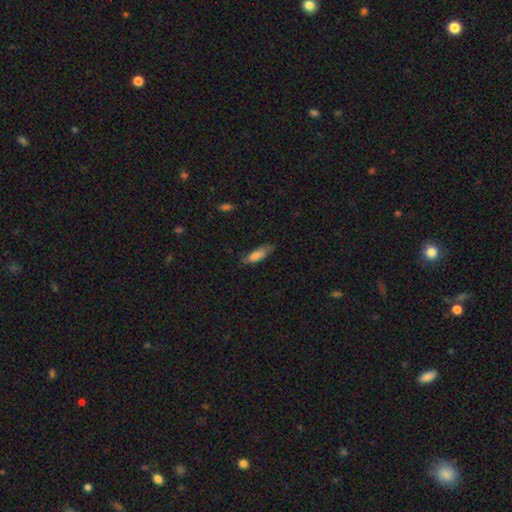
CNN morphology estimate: Overall: smooth (78%). How rounded: in between (52%; cigar-shaped 46%). Merging: none (65%; minor disturbance 27%).